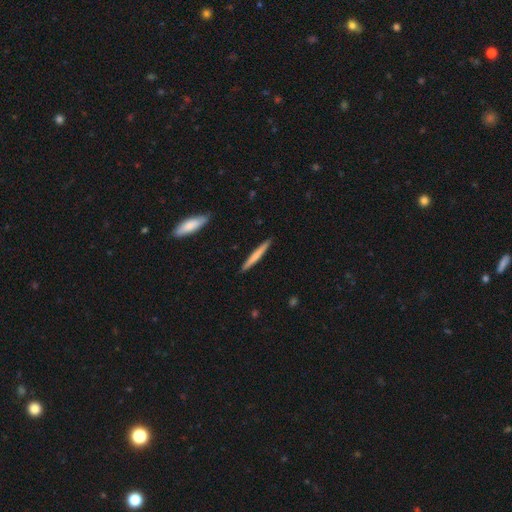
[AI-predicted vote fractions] smooth_or_featured: smooth (p=0.62) [alt: featured or disk p=0.33]
how_rounded: cigar-shaped (p=0.96) [alt: in between p=0.03]
merging: none (p=0.91) [alt: minor disturbance p=0.06]